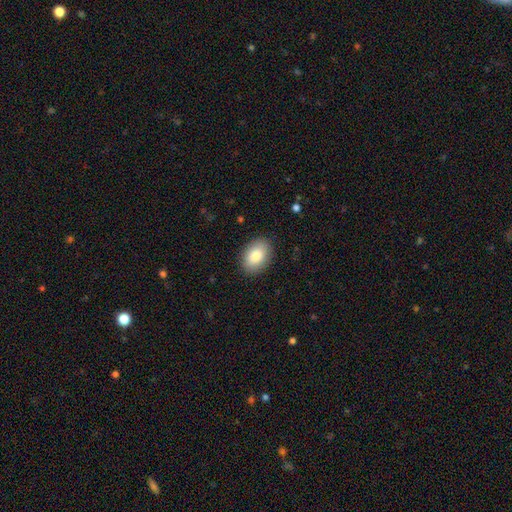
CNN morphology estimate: smooth_or_featured: smooth (p=0.85) [alt: featured or disk p=0.09]
how_rounded: in between (p=0.86) [alt: round p=0.13]
merging: none (p=0.88) [alt: minor disturbance p=0.09]